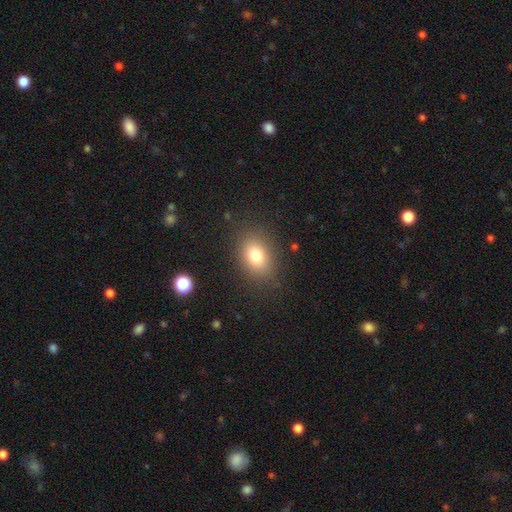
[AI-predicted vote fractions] A smooth galaxy with no disk features (78%) that is in between round and cigar-shaped (70%).

Vote fractions:
- Smooth or featured? smooth: 78% / star or artifact: 12% / featured or disk: 10%
- How rounded? in between: 70% / round: 28% / cigar-shaped: 1%
- Merging? none: 84% / minor disturbance: 10% / major disturbance: 4% / merger: 1%